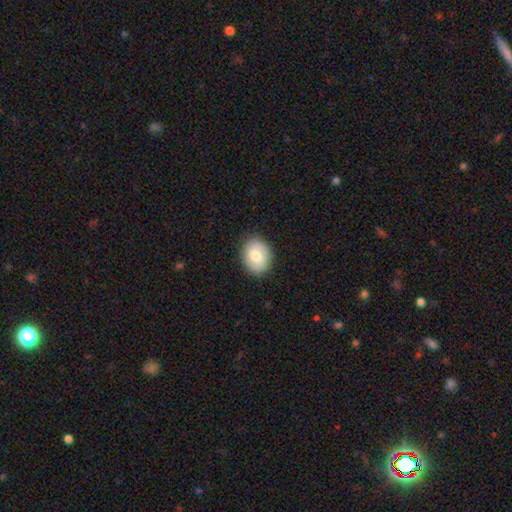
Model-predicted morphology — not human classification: A smooth galaxy with no disk features (73%) that is in between round and cigar-shaped (55%).

Vote fractions:
- Smooth or featured? smooth: 73% / featured or disk: 20% / star or artifact: 7%
- How rounded? in between: 55% / round: 44% / cigar-shaped: 1%
- Merging? none: 86% / minor disturbance: 11% / major disturbance: 3% / merger: 1%